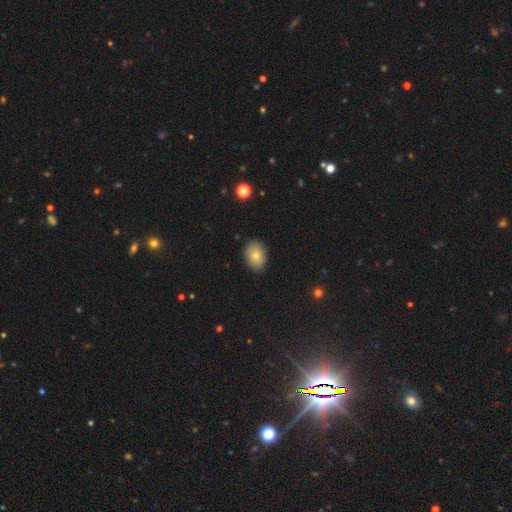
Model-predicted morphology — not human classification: This is likely a smooth galaxy (80%). How rounded: likely in between (78%). Merging: clearly none (86%).